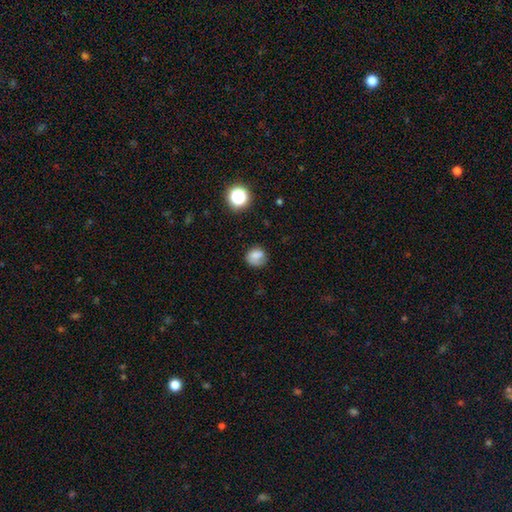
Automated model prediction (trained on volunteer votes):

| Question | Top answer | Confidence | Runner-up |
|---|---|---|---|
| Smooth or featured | smooth | 73% | featured or disk (14%) |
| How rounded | round | 70% | in between (29%) |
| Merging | none | 58% | minor disturbance (25%) |